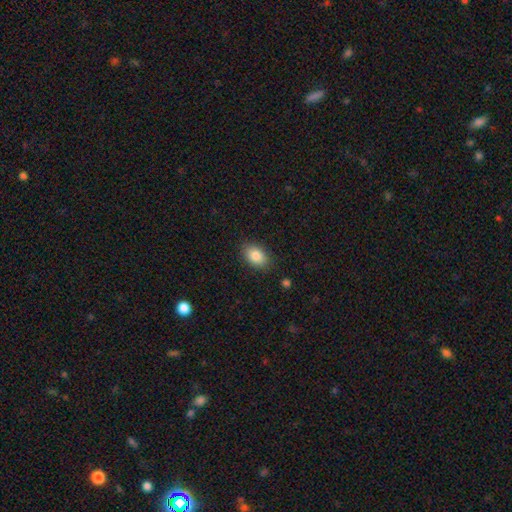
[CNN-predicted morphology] A smooth galaxy with no disk features (85%) that is in between round and cigar-shaped (85%). Merging: none (85%).